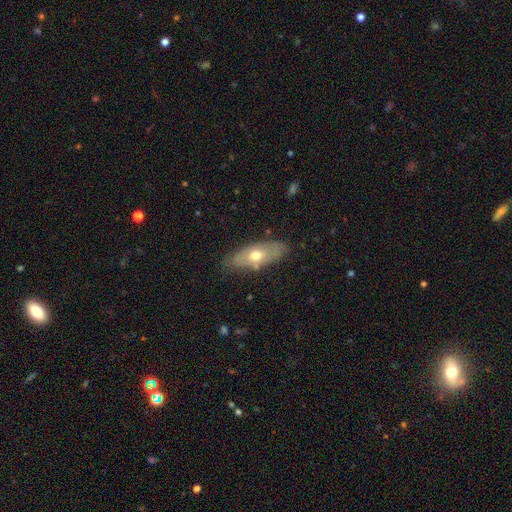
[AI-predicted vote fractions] Smooth or featured? smooth (53%)
How rounded? in between (76%)
Merging? none (77%)